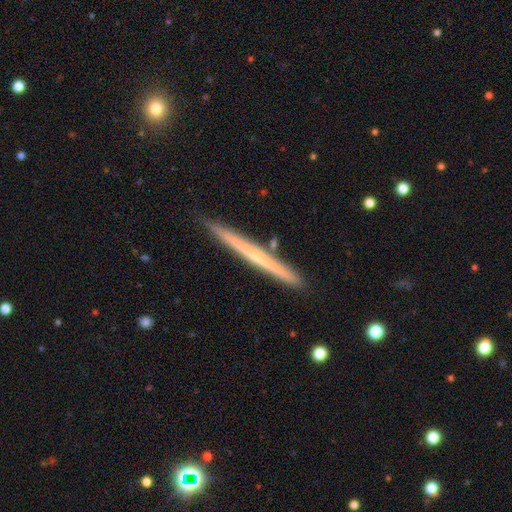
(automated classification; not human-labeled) Smooth or featured?
  - featured or disk: 58% *
  - smooth: 37%
  - star or artifact: 6%
Edge-on disk?
  - yes: 97% *
  - no: 3%
Edge-on bulge?
  - none: 77% *
  - rounded: 19%
  - boxy: 4%
Merging?
  - none: 89% *
  - minor disturbance: 8%
  - merger: 2%
  - major disturbance: 1%